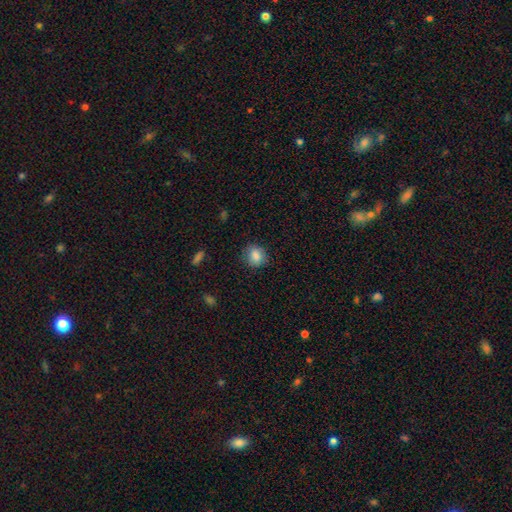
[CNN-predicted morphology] smooth 84%, star or artifact 9%, featured or disk 7%. Down the decision tree: how rounded — round (67%); merging — none (82%).